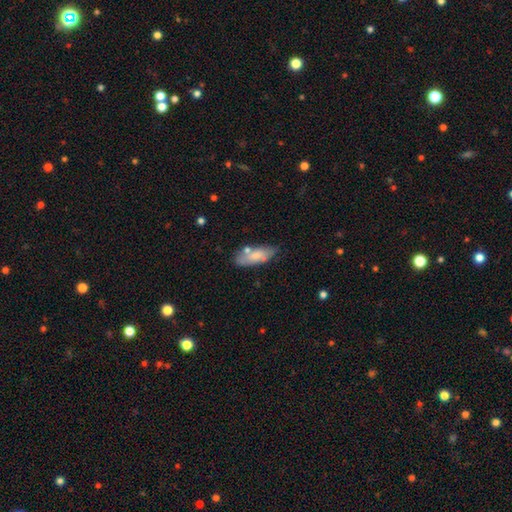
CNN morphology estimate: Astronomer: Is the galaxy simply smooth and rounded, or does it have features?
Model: smooth — 72%.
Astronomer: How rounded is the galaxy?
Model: in between — 75%.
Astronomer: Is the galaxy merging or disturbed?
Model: none — 61%.